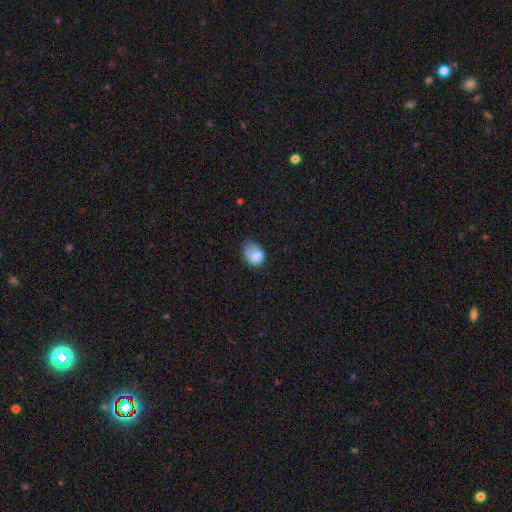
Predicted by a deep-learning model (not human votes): Smooth or featured: smooth — 77% (featured or disk — 14%)
How rounded: in between — 69% (round — 30%)
Merging: minor disturbance — 42% (major disturbance — 31%)